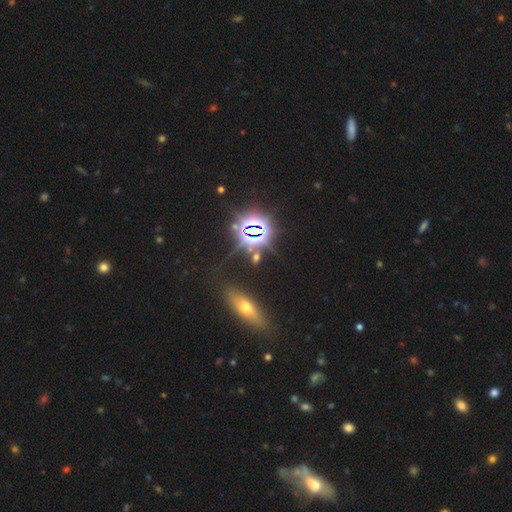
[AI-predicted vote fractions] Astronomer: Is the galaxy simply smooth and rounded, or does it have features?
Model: star or artifact — 67%.